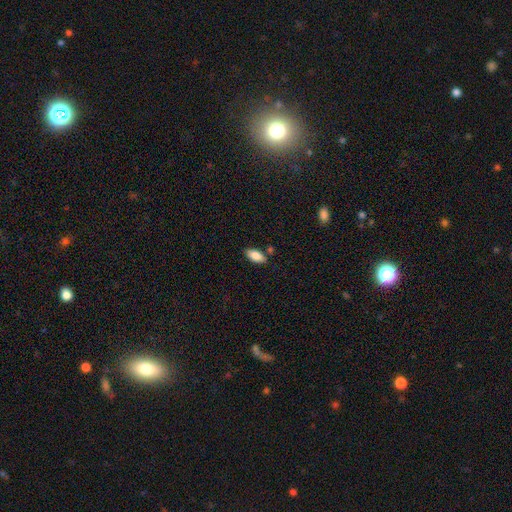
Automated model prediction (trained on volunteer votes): Smooth or featured: smooth — 86% (featured or disk — 8%)
How rounded: in between — 89% (cigar-shaped — 9%)
Merging: none — 80% (minor disturbance — 12%)